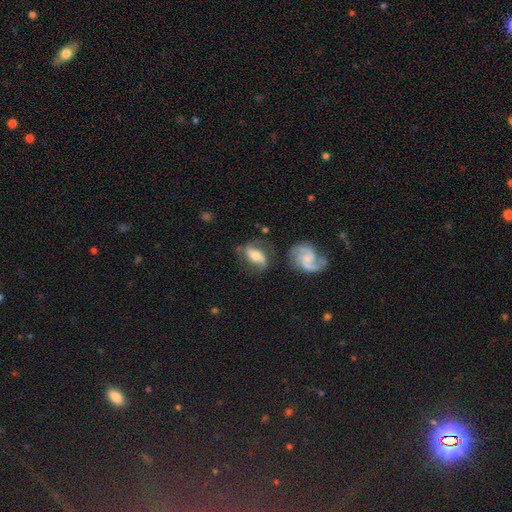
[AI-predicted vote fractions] Overall: featured or disk (65%; smooth 27%). Edge-on disk: no (91%). Bar: no (41%; weak 35%). Spiral arms: yes (89%). Spiral arm count: 2 (79%). Spiral winding: medium (41%; loose 40%). Bulge size: moderate (53%; small 30%). Merging: none (56%; minor disturbance 21%).